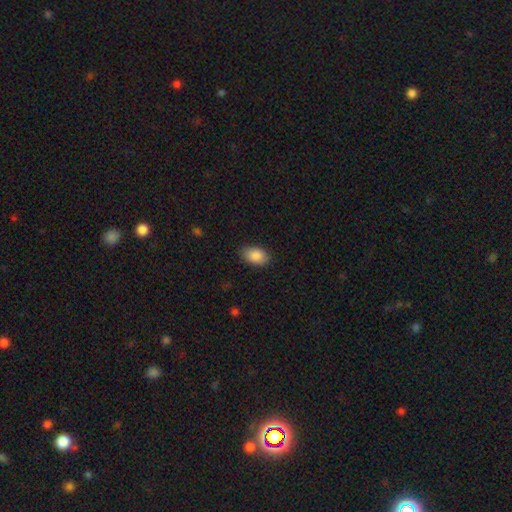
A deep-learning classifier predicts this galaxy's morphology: A smooth galaxy with no disk features (89%) that is in between round and cigar-shaped (88%). Merging: none (84%).